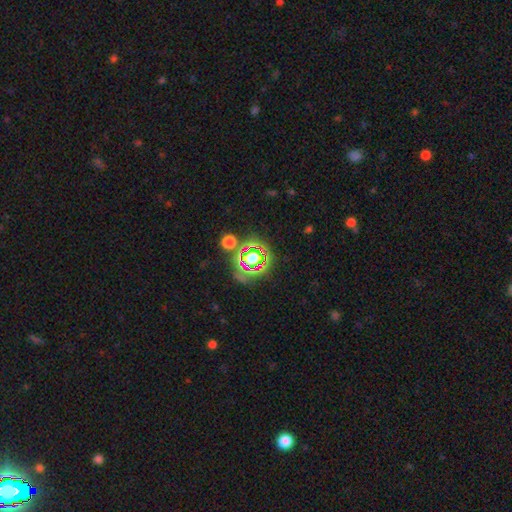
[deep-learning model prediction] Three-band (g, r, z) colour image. It shows a star or artifact, not a galaxy (55%).